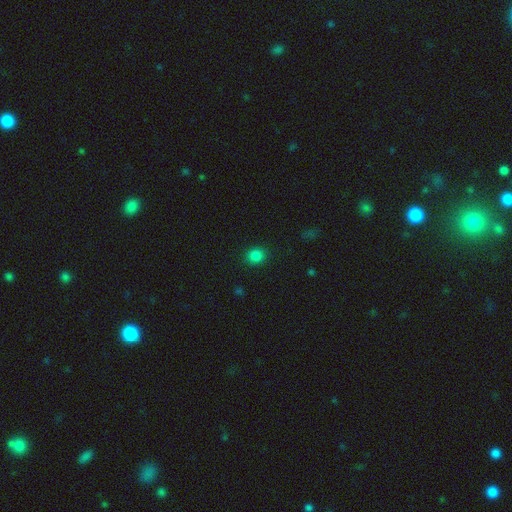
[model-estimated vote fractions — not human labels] A smooth galaxy with no disk features (83%) that is round (78%).

Vote fractions:
- Smooth or featured? smooth: 83% / star or artifact: 13% / featured or disk: 4%
- How rounded? round: 78% / in between: 21% / cigar-shaped: 1%
- Merging? none: 90% / minor disturbance: 7% / major disturbance: 2% / merger: 1%